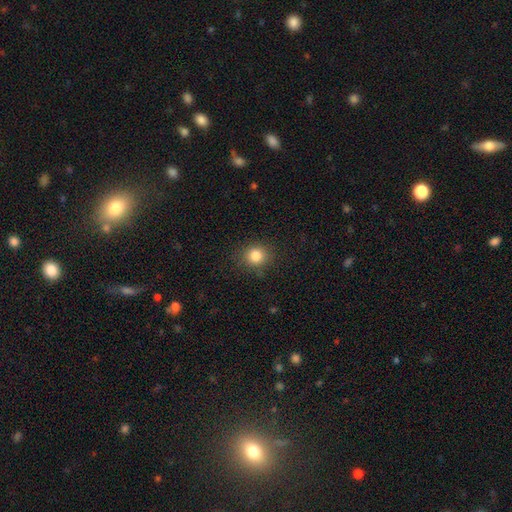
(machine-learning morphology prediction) Q: Smooth or featured?
A: smooth (82%); runner-up: star or artifact (12%)
Q: How rounded?
A: round (80%); runner-up: in between (19%)
Q: Merging?
A: none (86%); runner-up: minor disturbance (10%)